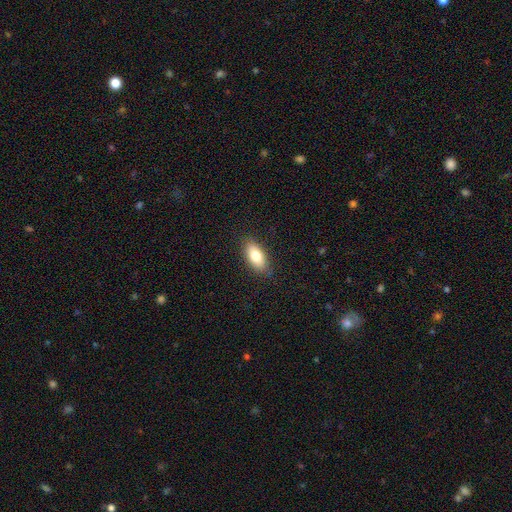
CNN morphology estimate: smooth_or_featured: smooth (p=0.80) [alt: featured or disk p=0.13]
how_rounded: in between (p=0.87) [alt: cigar-shaped p=0.09]
merging: none (p=0.86) [alt: minor disturbance p=0.10]